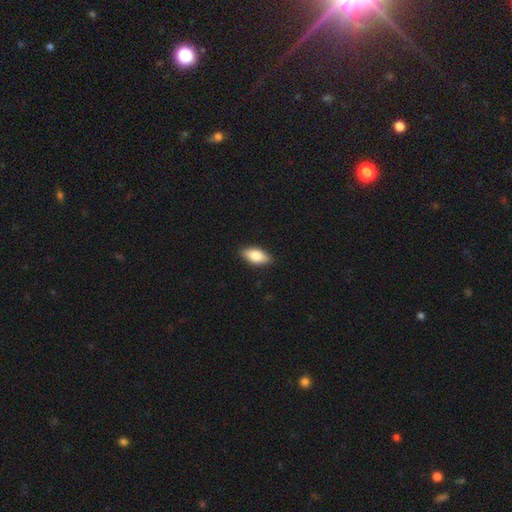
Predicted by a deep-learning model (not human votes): Smooth or featured? Predicted: smooth (p=0.80). How rounded? Predicted: in between (p=0.88). Merging? Predicted: none (p=0.89).